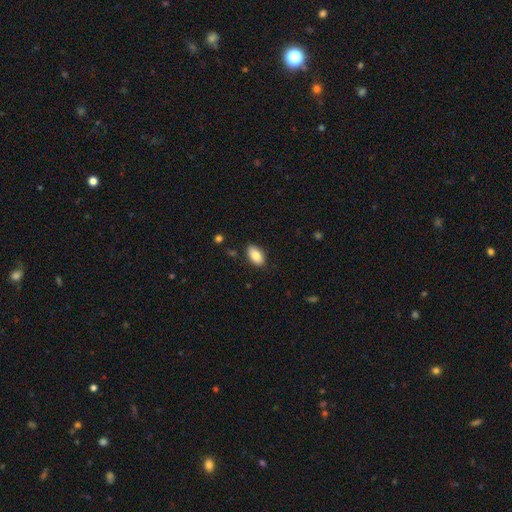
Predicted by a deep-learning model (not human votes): Morphology: type=smooth (85%); roundness=in between (93%); merging=none (87%).